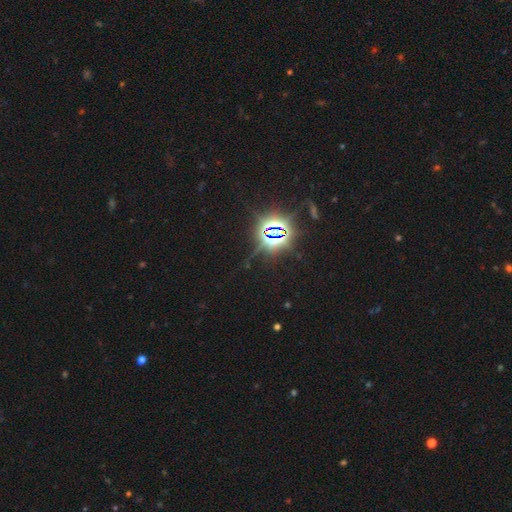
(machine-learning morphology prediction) smooth_or_featured: star or artifact (p=0.85) [alt: smooth p=0.09]